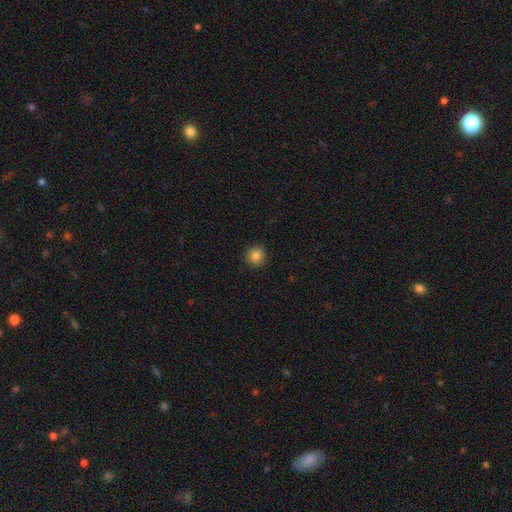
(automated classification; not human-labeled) smooth-or-featured: smooth: 85% | star or artifact: 10% | featured or disk: 5%
  how-rounded: round: 92% | in between: 7% | cigar-shaped: 1%
  merging: none: 91% | minor disturbance: 6% | major disturbance: 2% | merger: 1%